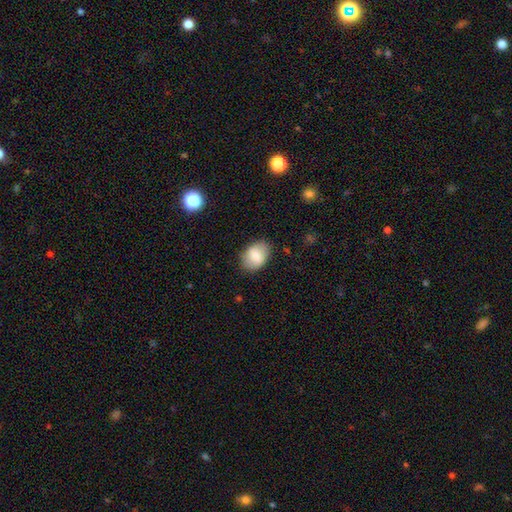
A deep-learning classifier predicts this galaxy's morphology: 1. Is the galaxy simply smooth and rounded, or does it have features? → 79% smooth, 14% featured or disk, 7% star or artifact.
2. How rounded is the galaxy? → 81% in between, 17% round, 1% cigar-shaped.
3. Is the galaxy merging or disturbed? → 82% none, 14% minor disturbance, 3% major disturbance, 1% merger.